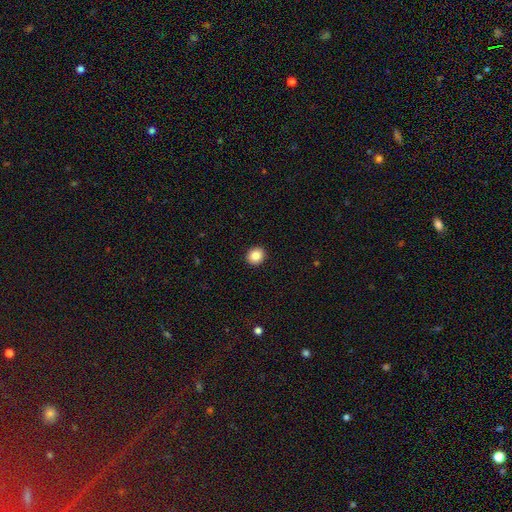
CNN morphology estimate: Smooth or featured? smooth (85%)
How rounded? round (81%)
Merging? none (93%)